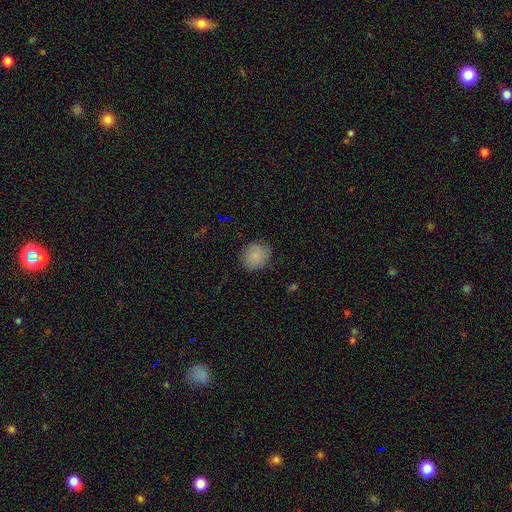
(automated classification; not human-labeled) Smooth or featured?
  - smooth: 85% *
  - star or artifact: 9%
  - featured or disk: 6%
How rounded?
  - round: 80% *
  - in between: 19%
  - cigar-shaped: 1%
Merging?
  - none: 82% *
  - minor disturbance: 14%
  - major disturbance: 3%
  - merger: 1%